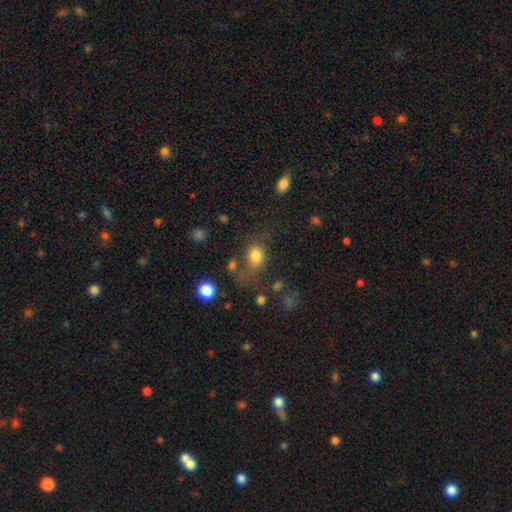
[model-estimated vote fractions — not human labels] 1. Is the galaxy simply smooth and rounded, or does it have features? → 79% smooth, 12% star or artifact, 9% featured or disk.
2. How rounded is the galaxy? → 55% in between, 44% round, 1% cigar-shaped.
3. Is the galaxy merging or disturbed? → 56% none, 19% minor disturbance, 15% major disturbance, 10% merger.